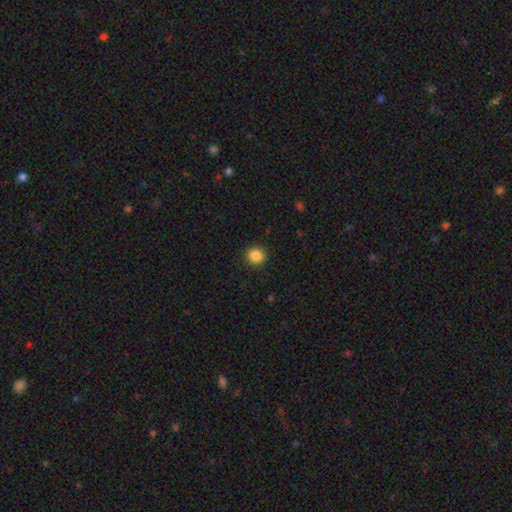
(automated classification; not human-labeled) Smooth or featured?
  - smooth: 86% *
  - star or artifact: 10%
  - featured or disk: 4%
How rounded?
  - round: 85% *
  - in between: 14%
  - cigar-shaped: 1%
Merging?
  - none: 91% *
  - minor disturbance: 6%
  - major disturbance: 2%
  - merger: 1%